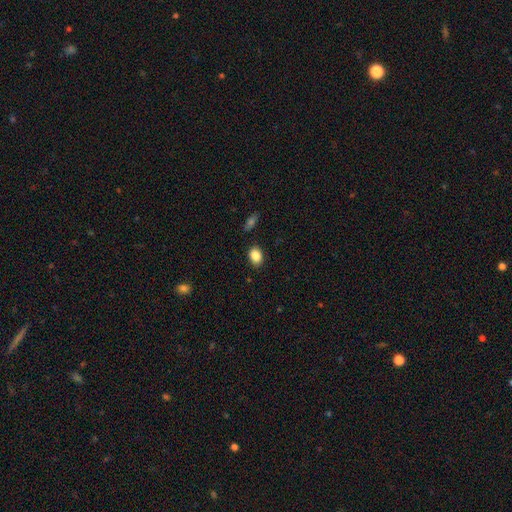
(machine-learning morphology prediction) Smooth or featured? Predicted: smooth (p=0.86). How rounded? Predicted: in between (p=0.71). Merging? Predicted: none (p=0.87).